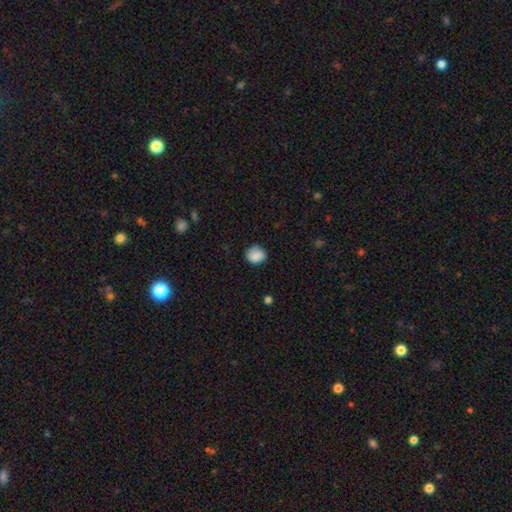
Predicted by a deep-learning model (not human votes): Morphology: type=smooth (85%); roundness=round (75%); merging=none (74%).